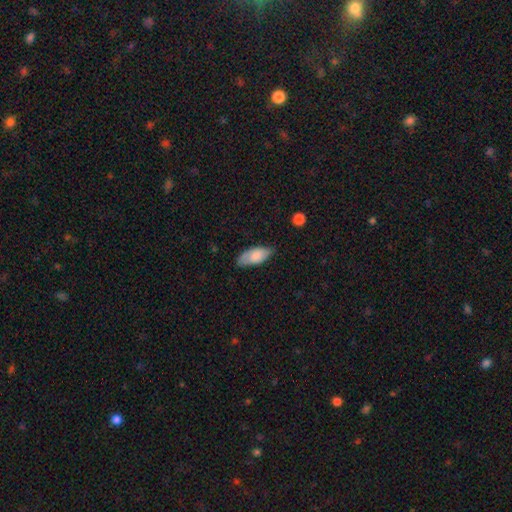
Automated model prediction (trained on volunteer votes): The model was most divided on "merging": none: 69%, minor disturbance: 25%, major disturbance: 4%, merger: 1%. More confident: how rounded — in between (88%); smooth or featured — smooth (76%).